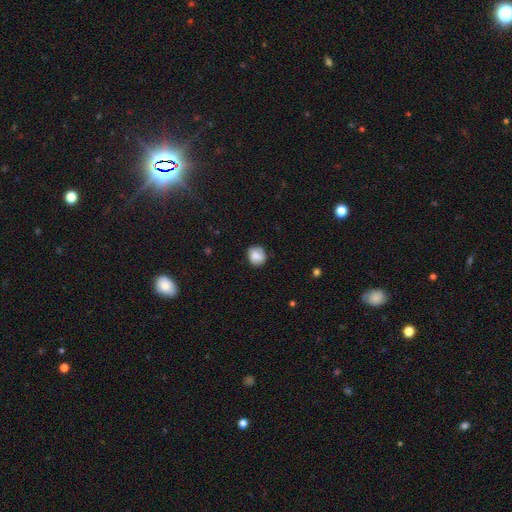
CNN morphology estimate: Overall: smooth (76%). How rounded: round (83%). Merging: none (77%).